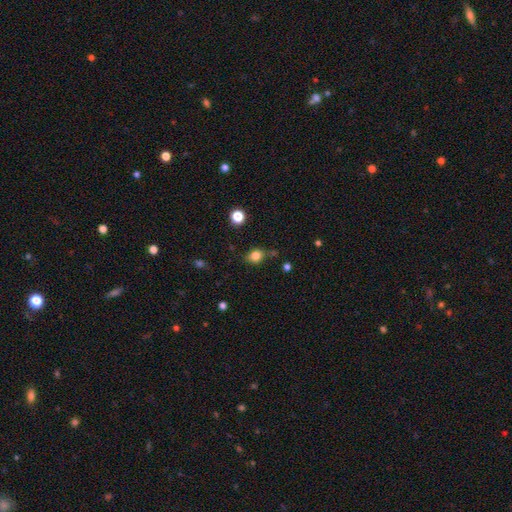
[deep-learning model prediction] A smooth galaxy with no disk features (82%) that is round (55%).

Vote fractions:
- Smooth or featured? smooth: 82% / star or artifact: 12% / featured or disk: 7%
- How rounded? round: 55% / in between: 44% / cigar-shaped: 1%
- Merging? none: 75% / minor disturbance: 17% / merger: 4% / major disturbance: 4%